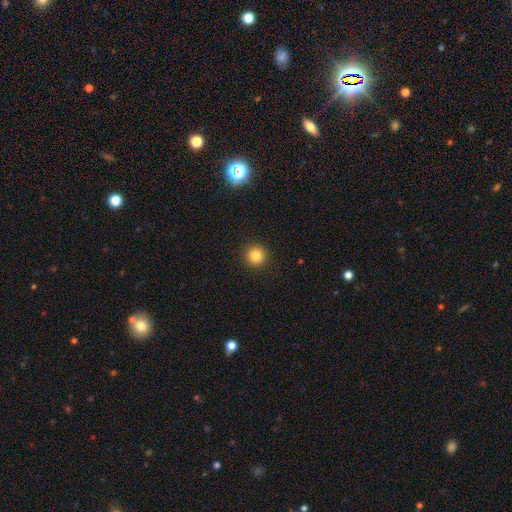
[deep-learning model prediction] smooth-or-featured: smooth: 83% | star or artifact: 12% | featured or disk: 5%
  how-rounded: round: 95% | in between: 4% | cigar-shaped: 1%
  merging: none: 92% | minor disturbance: 5% | major disturbance: 2% | merger: 1%